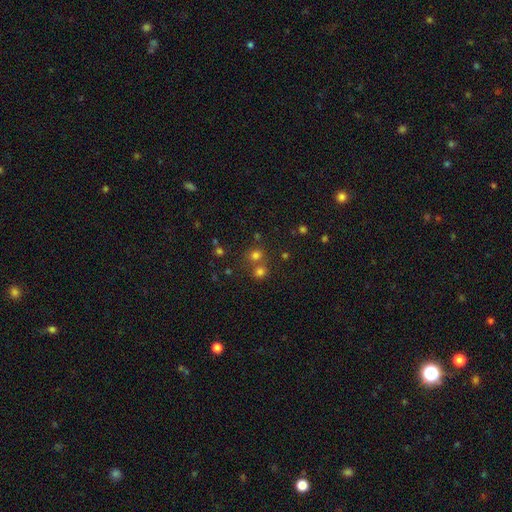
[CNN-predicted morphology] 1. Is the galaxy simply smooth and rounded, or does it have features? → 69% smooth, 23% star or artifact, 8% featured or disk.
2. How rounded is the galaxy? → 78% round, 21% in between, 1% cigar-shaped.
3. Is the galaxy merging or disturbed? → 58% none, 31% merger, 8% minor disturbance, 3% major disturbance.